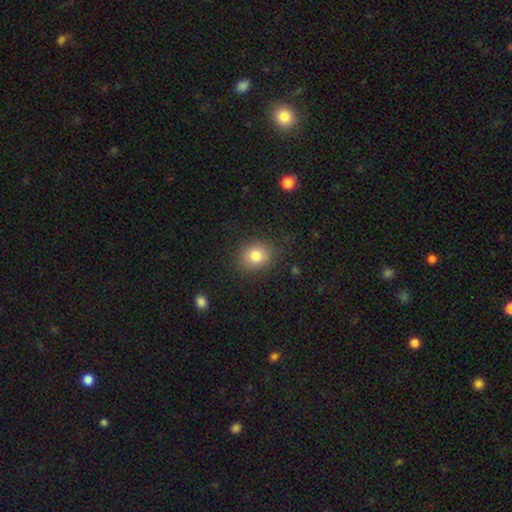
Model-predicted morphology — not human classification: smooth-or-featured: smooth: 81% | star or artifact: 11% | featured or disk: 8%
  how-rounded: round: 69% | in between: 30% | cigar-shaped: 1%
  merging: none: 83% | minor disturbance: 11% | major disturbance: 4% | merger: 1%